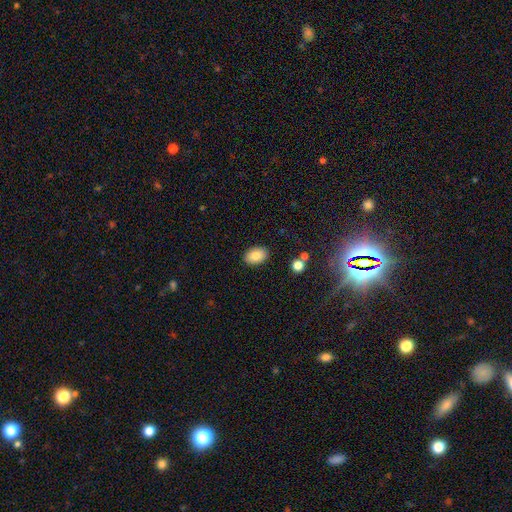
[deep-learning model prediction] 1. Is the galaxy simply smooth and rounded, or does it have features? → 83% smooth, 9% featured or disk, 8% star or artifact.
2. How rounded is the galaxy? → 86% in between, 13% round, 1% cigar-shaped.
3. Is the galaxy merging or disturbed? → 88% none, 9% minor disturbance, 2% major disturbance, 2% merger.